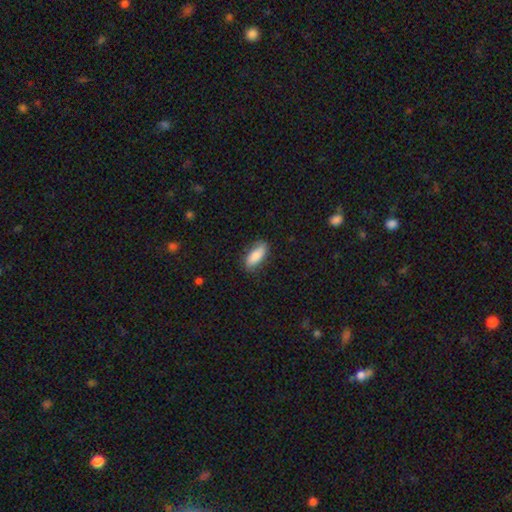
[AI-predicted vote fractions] smooth_or_featured: smooth (p=0.76) [alt: featured or disk p=0.18]
how_rounded: in between (p=0.78) [alt: cigar-shaped p=0.19]
merging: none (p=0.79) [alt: minor disturbance p=0.16]